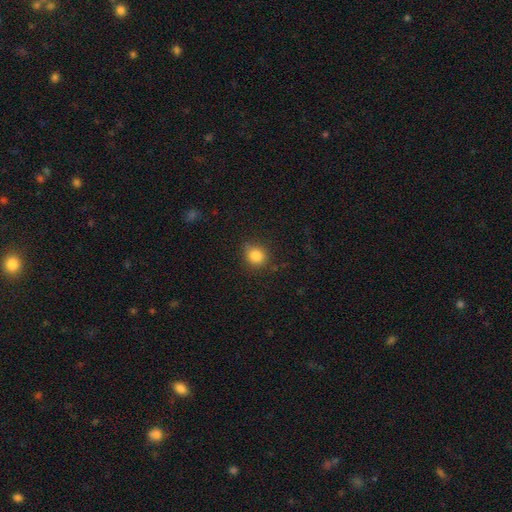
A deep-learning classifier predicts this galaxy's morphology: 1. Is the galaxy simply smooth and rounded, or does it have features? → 84% smooth, 11% star or artifact, 5% featured or disk.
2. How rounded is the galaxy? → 78% round, 21% in between, 1% cigar-shaped.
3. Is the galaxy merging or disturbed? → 80% none, 15% minor disturbance, 4% major disturbance, 2% merger.